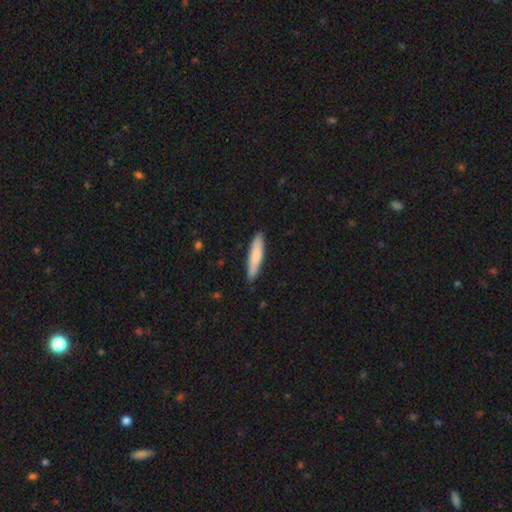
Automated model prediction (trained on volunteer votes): Smooth or featured? Predicted: smooth (p=0.76). How rounded? Predicted: cigar-shaped (p=0.84). Merging? Predicted: none (p=0.88).